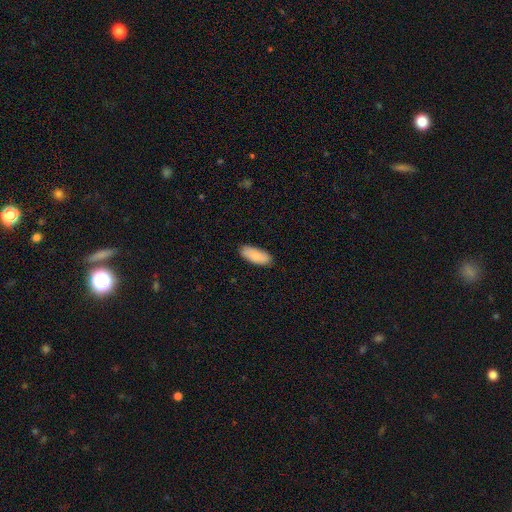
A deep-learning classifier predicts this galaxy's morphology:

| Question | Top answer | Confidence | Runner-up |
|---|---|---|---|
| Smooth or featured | smooth | 86% | featured or disk (8%) |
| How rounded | in between | 82% | cigar-shaped (16%) |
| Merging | none | 86% | minor disturbance (11%) |